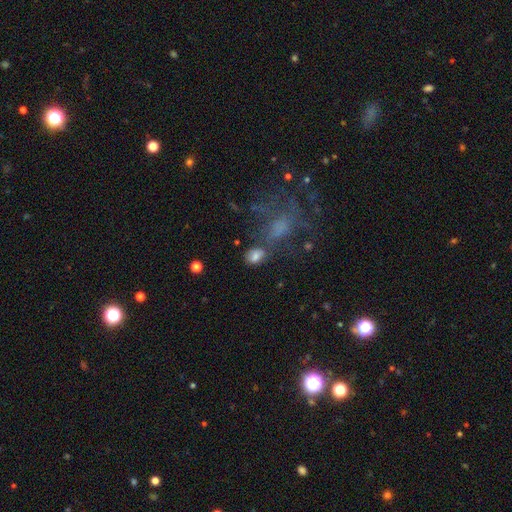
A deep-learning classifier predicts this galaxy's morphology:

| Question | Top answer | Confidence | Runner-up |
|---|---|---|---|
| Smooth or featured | smooth | 72% | star or artifact (14%) |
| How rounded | in between | 73% | round (25%) |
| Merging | none | 55% | minor disturbance (19%) |